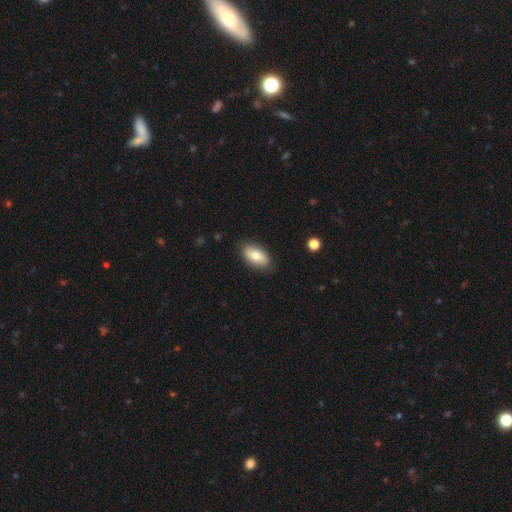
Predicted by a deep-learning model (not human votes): Q: Smooth or featured?
A: smooth (74%); runner-up: featured or disk (19%)
Q: How rounded?
A: in between (92%); runner-up: round (4%)
Q: Merging?
A: none (85%); runner-up: minor disturbance (11%)